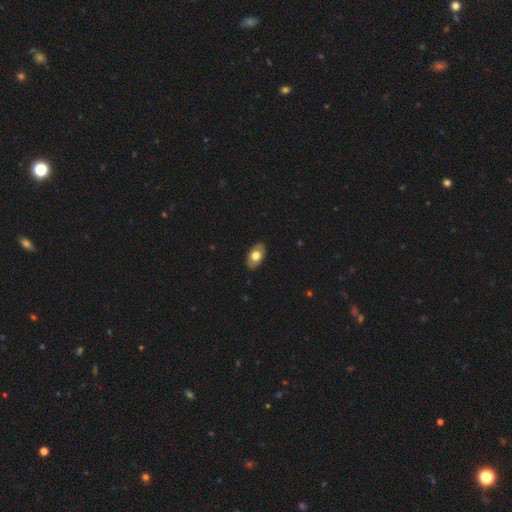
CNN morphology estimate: smooth_or_featured: smooth (p=0.69) [alt: featured or disk p=0.24]
how_rounded: in between (p=0.91) [alt: round p=0.07]
merging: none (p=0.86) [alt: minor disturbance p=0.11]